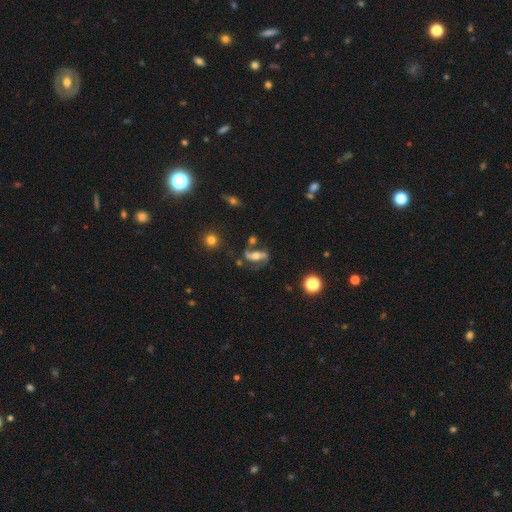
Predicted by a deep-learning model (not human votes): Smooth or featured? Predicted: featured or disk (p=0.78). Edge-on disk? Predicted: no (p=0.90). Bar? Predicted: no (p=0.38). Spiral arms? Predicted: yes (p=0.91). Spiral winding? Predicted: loose (p=0.67). Spiral arm count? Predicted: 2 (p=0.90). Bulge size? Predicted: moderate (p=0.64). Merging? Predicted: none (p=0.59).